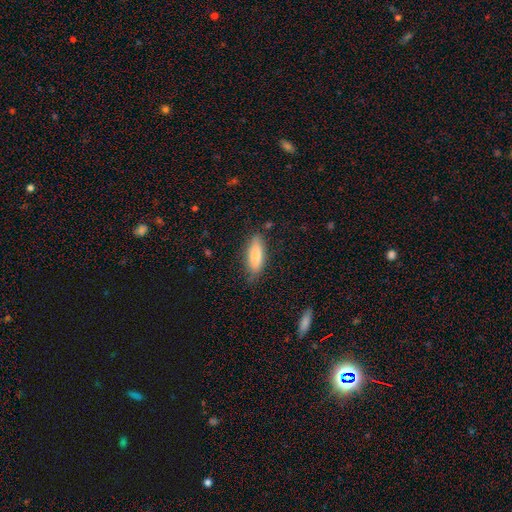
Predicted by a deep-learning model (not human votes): A smooth galaxy with no disk features (81%) that is in between round and cigar-shaped (64%).

Vote fractions:
- Smooth or featured? smooth: 81% / featured or disk: 13% / star or artifact: 6%
- How rounded? in between: 64% / cigar-shaped: 34% / round: 2%
- Merging? none: 78% / minor disturbance: 17% / major disturbance: 3% / merger: 2%